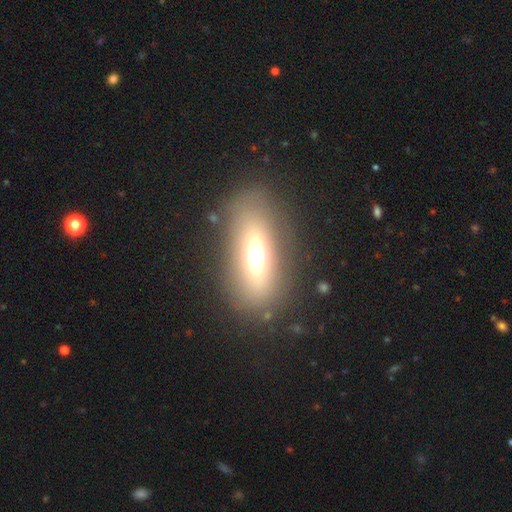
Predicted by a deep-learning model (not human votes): smooth 56%, featured or disk 32%, star or artifact 12%. Down the decision tree: how rounded — in between (68%); merging — none (80%).